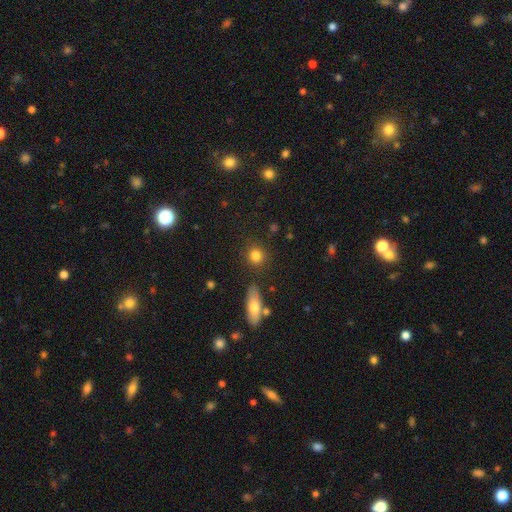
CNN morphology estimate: This is clearly a smooth galaxy (83%). How rounded: clearly round (83%). Merging: clearly none (84%).